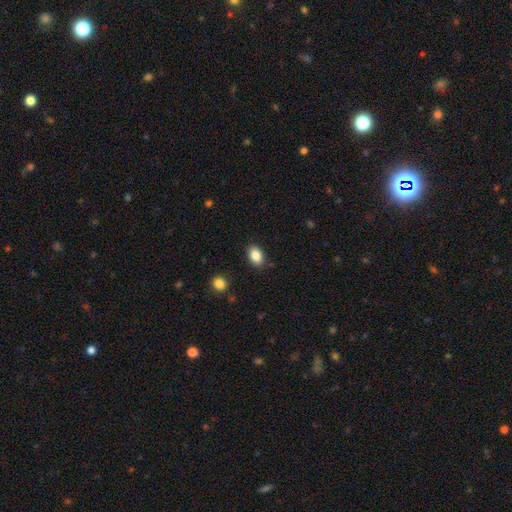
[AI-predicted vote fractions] Smooth or featured?
  - smooth: 86% *
  - star or artifact: 8%
  - featured or disk: 6%
How rounded?
  - in between: 81% *
  - round: 17%
  - cigar-shaped: 1%
Merging?
  - none: 87% *
  - minor disturbance: 9%
  - major disturbance: 2%
  - merger: 2%